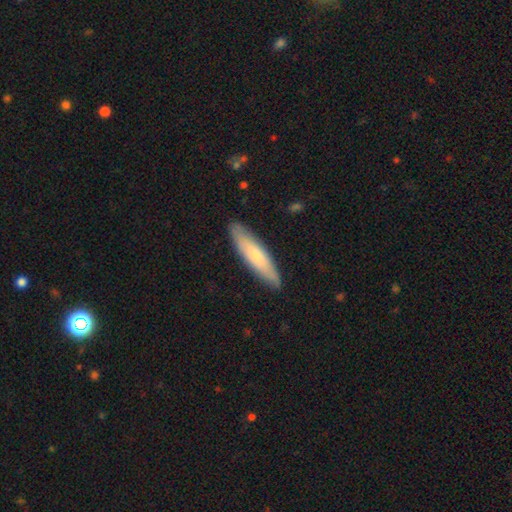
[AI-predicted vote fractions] The model was most divided on "smooth or featured": smooth: 70%, featured or disk: 25%, star or artifact: 5%. More confident: merging — none (88%); how rounded — cigar-shaped (79%).